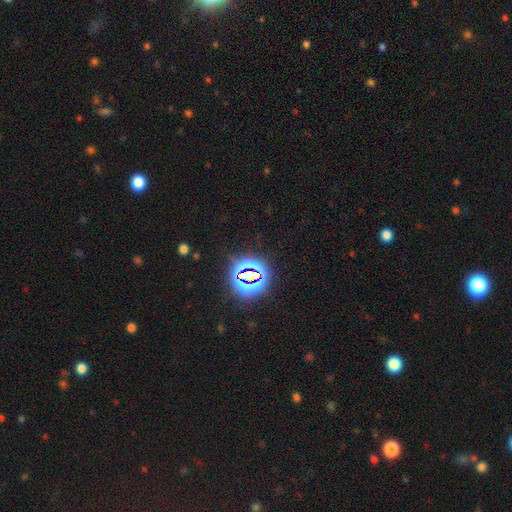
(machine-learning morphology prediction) This is likely a star or artifact rather than a galaxy (80%).